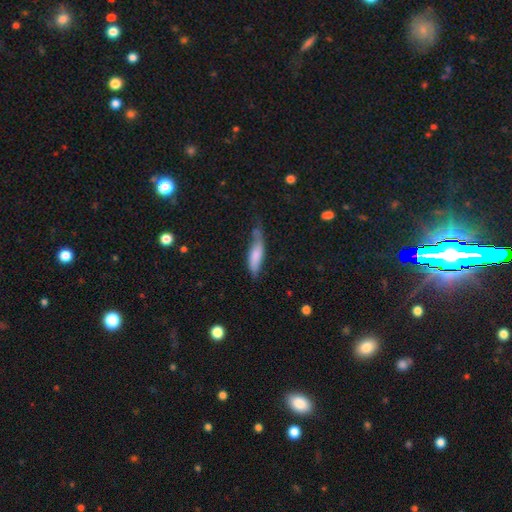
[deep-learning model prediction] Smooth or featured? smooth (72%)
How rounded? cigar-shaped (52%)
Merging? minor disturbance (40%)